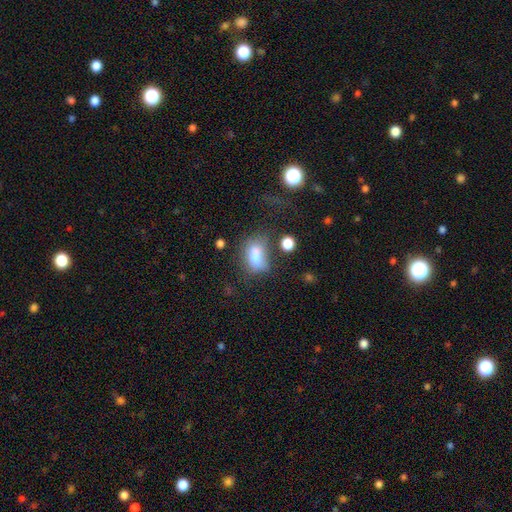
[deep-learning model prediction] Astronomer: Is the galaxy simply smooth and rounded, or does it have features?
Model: smooth — 74%.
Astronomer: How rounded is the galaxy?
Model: in between — 82%.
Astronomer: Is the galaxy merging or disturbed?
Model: none — 33% (runner-up: minor disturbance, 24%).